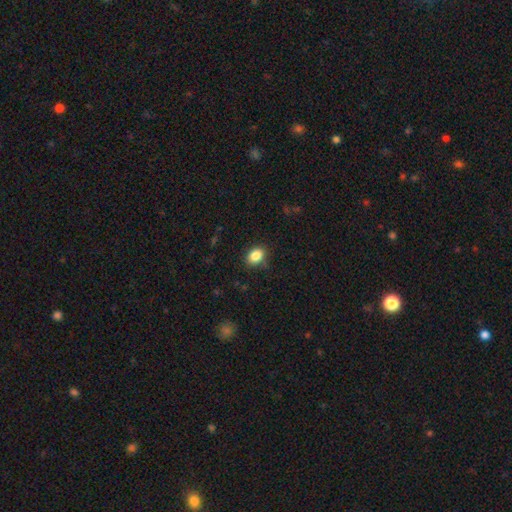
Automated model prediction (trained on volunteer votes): The model was most divided on "how rounded": in between: 72%, round: 27%, cigar-shaped: 1%. More confident: smooth or featured — smooth (86%); merging — none (84%).